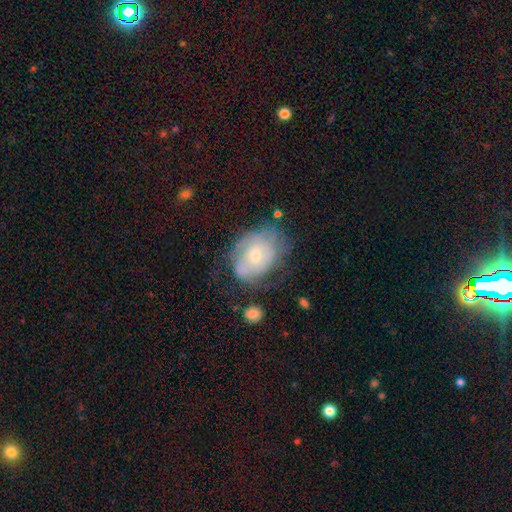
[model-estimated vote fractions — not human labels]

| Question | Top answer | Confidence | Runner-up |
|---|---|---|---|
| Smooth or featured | featured or disk | 58% | smooth (35%) |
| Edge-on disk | no | 96% | yes (4%) |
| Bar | no | 73% | weak (23%) |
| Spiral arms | yes | 69% | no (31%) |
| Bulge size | small | 48% | moderate (47%) |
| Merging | none | 51% | minor disturbance (29%) |